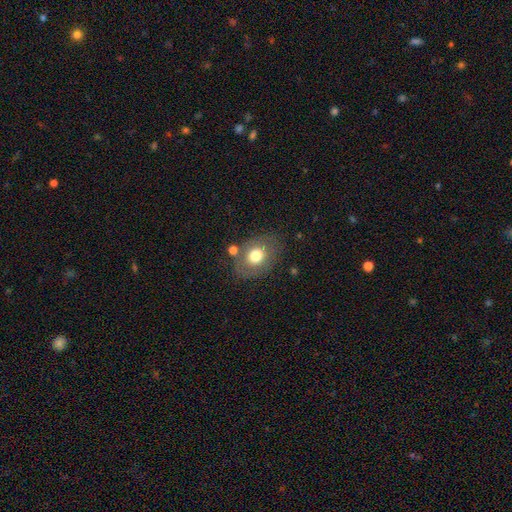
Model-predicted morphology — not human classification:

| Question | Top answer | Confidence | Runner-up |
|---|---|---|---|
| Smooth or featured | smooth | 71% | featured or disk (20%) |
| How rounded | in between | 60% | round (39%) |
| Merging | none | 70% | minor disturbance (16%) |